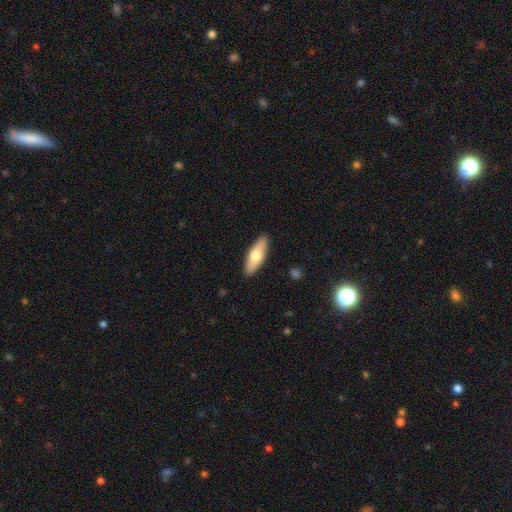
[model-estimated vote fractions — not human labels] Smooth or featured? smooth (67%)
How rounded? in between (61%)
Merging? none (89%)